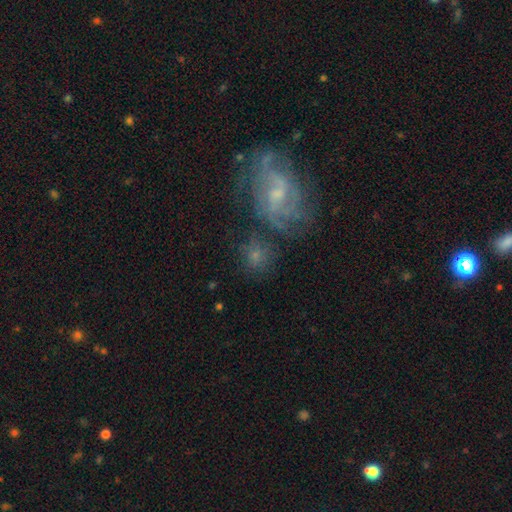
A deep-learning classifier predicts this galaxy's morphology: Overall: smooth (48%; featured or disk 36%). Merging: none (65%).